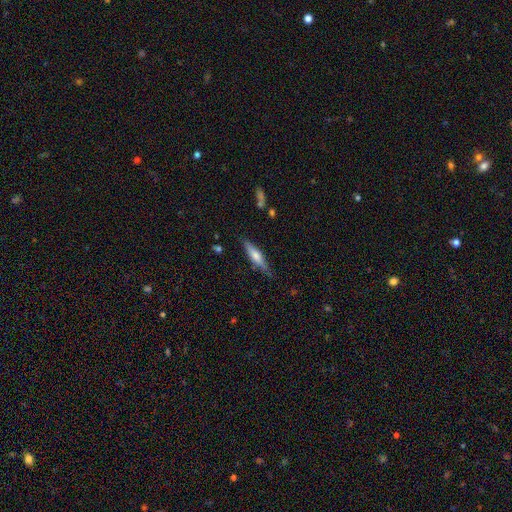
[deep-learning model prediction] Smooth or featured? Predicted: smooth (p=0.53). How rounded? Predicted: cigar-shaped (p=0.79). Merging? Predicted: none (p=0.82).